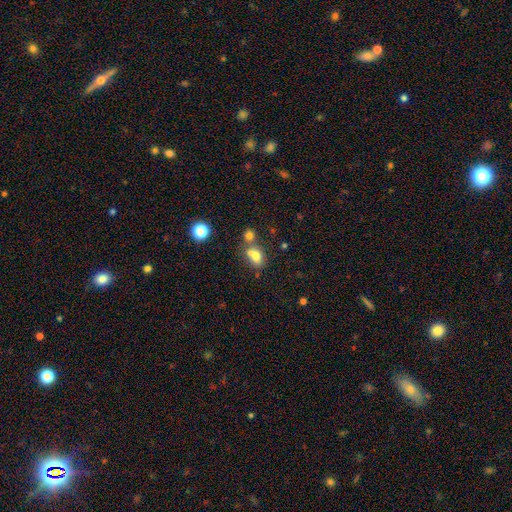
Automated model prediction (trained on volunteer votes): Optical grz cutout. It shows a smooth galaxy with no disk features (73%) that is in between round and cigar-shaped (58%). Merging: merger (48%).